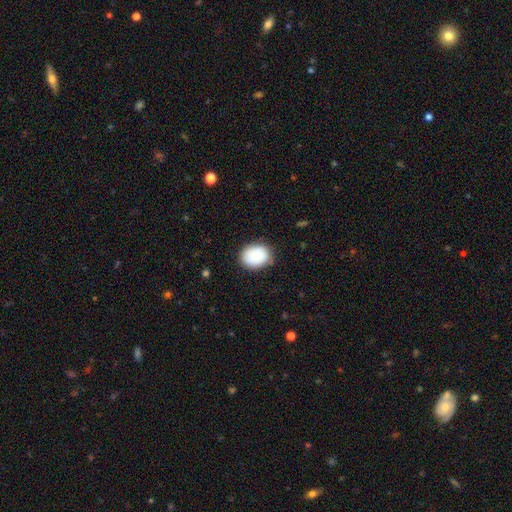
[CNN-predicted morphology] A smooth galaxy with no disk features (84%) that is in between round and cigar-shaped (63%). Merging: none (80%).